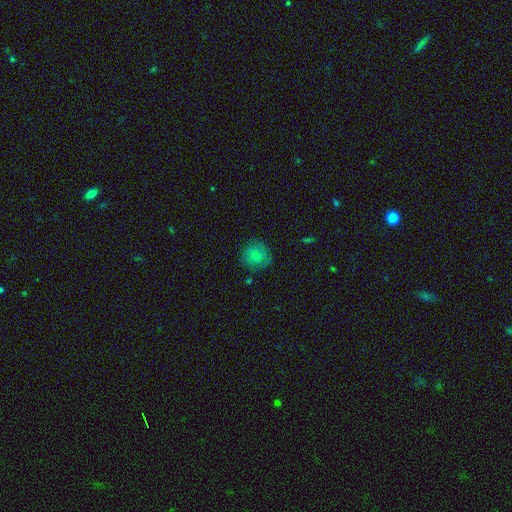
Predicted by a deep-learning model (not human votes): The model was most divided on "smooth or featured": smooth: 73%, star or artifact: 14%, featured or disk: 12%. More confident: how rounded — round (92%); merging — none (83%).